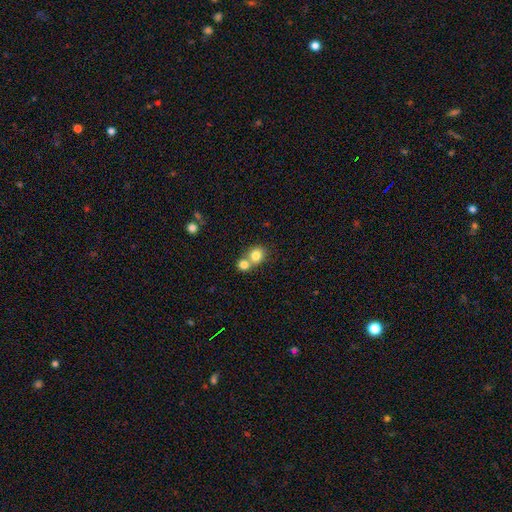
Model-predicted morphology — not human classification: A smooth galaxy with no disk features (81%) that is round (78%). Merging: merger (55%).